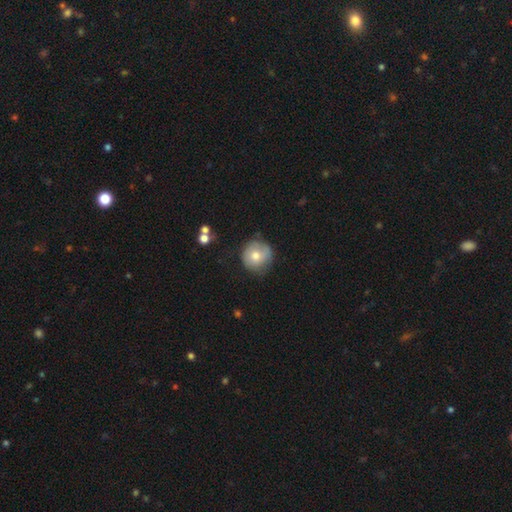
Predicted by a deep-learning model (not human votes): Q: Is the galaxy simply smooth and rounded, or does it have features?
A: smooth — 70%.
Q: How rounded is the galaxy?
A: round — 91%.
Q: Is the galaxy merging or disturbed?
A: none — 71%.